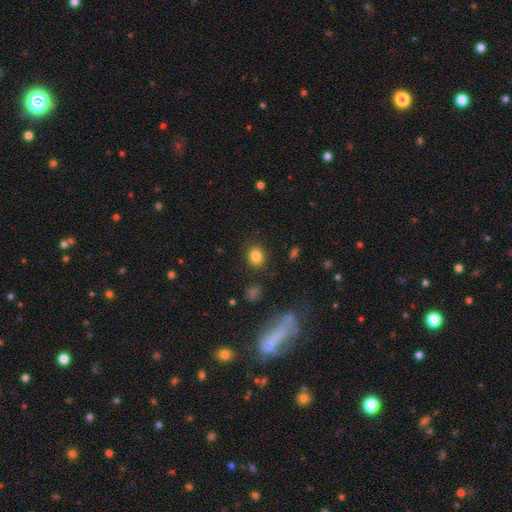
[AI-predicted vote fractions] Smooth or featured? Predicted: smooth (p=0.83). How rounded? Predicted: round (p=0.68). Merging? Predicted: none (p=0.86).